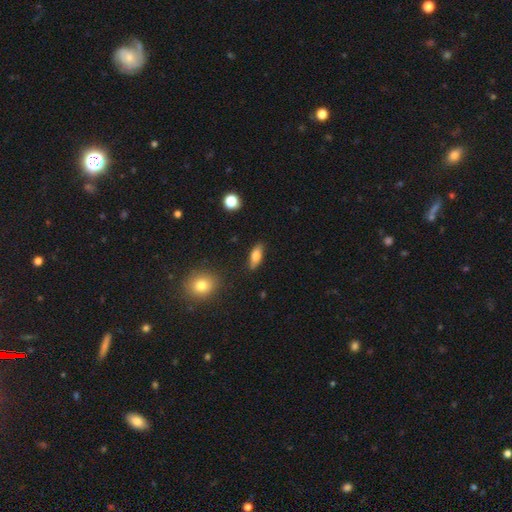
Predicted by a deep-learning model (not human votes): Smooth or featured? Predicted: smooth (p=0.77). How rounded? Predicted: in between (p=0.73). Merging? Predicted: none (p=0.84).